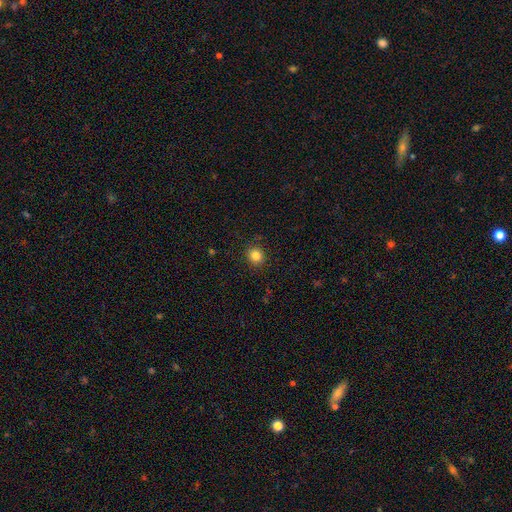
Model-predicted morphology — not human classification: A smooth galaxy with no disk features (83%) that is round (84%). Merging: none (89%).